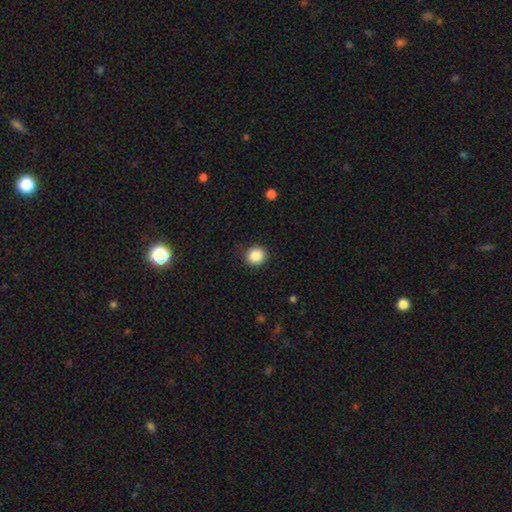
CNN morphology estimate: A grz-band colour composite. It shows a smooth galaxy with no disk features (87%) that is round (87%). Merging: none (87%).